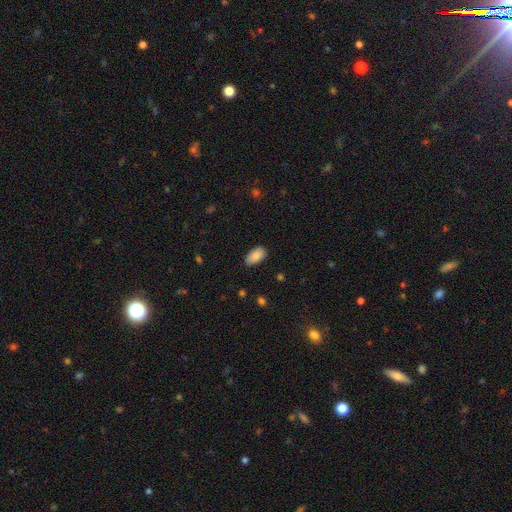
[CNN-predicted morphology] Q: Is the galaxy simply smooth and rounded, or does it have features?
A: smooth — 87%.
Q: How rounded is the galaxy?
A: in between — 95%.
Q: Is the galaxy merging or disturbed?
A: none — 84%.